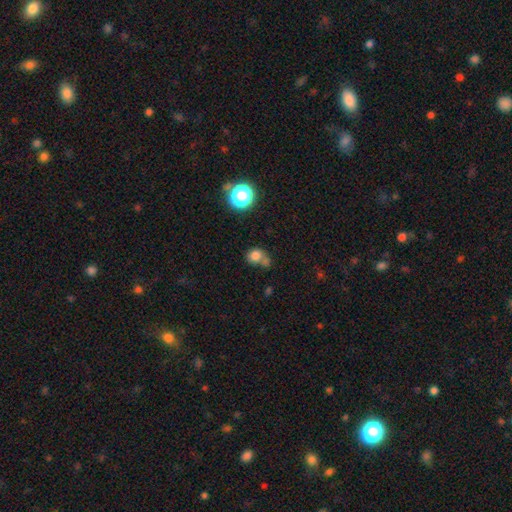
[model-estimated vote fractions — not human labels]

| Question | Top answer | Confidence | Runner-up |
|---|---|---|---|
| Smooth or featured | smooth | 77% | star or artifact (14%) |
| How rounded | round | 67% | in between (32%) |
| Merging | none | 40% | merger (38%) |